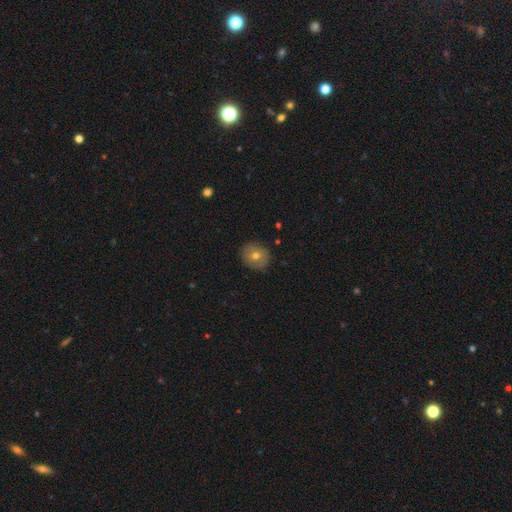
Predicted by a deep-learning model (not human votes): The model was most divided on "smooth or featured": smooth: 65%, featured or disk: 26%, star or artifact: 9%. More confident: merging — none (87%); how rounded — round (77%).